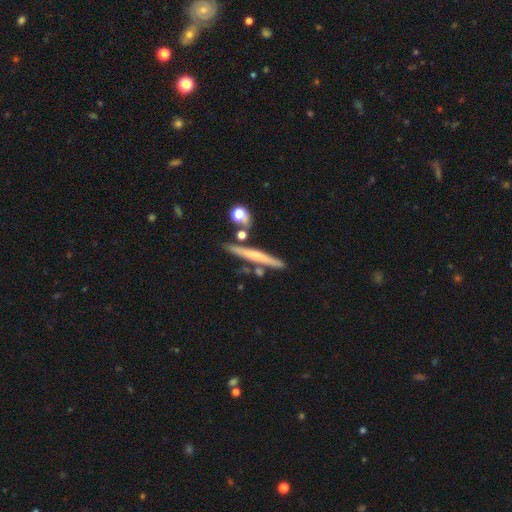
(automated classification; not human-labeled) Smooth or featured?
  - featured or disk: 48% *
  - smooth: 45%
  - star or artifact: 8%
Merging?
  - none: 77% *
  - minor disturbance: 11%
  - merger: 9%
  - major disturbance: 3%